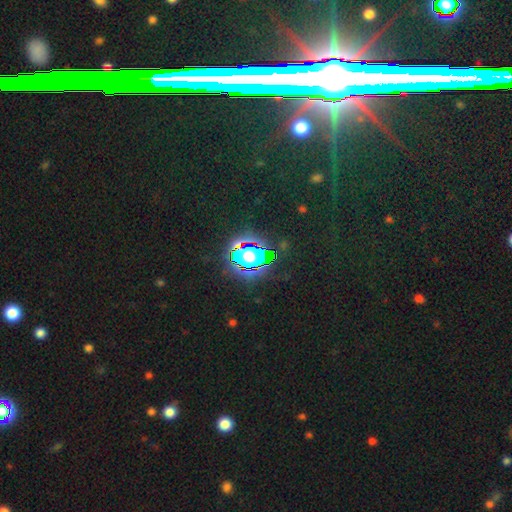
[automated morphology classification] The model was most divided on "smooth or featured": star or artifact: 74%, smooth: 17%, featured or disk: 10%.